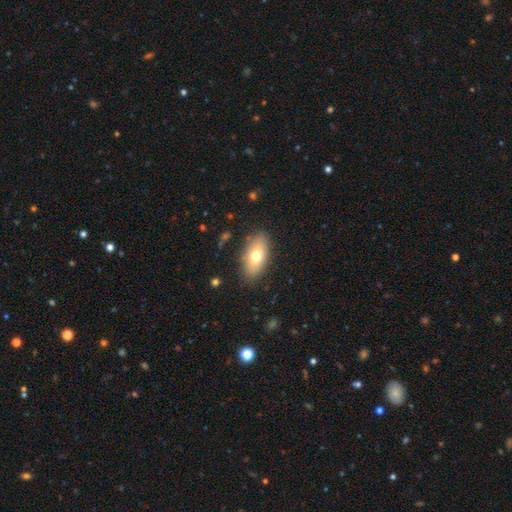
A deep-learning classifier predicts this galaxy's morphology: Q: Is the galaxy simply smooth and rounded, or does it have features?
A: smooth — 69%.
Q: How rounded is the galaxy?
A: in between — 88%.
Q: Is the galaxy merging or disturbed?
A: none — 84%.